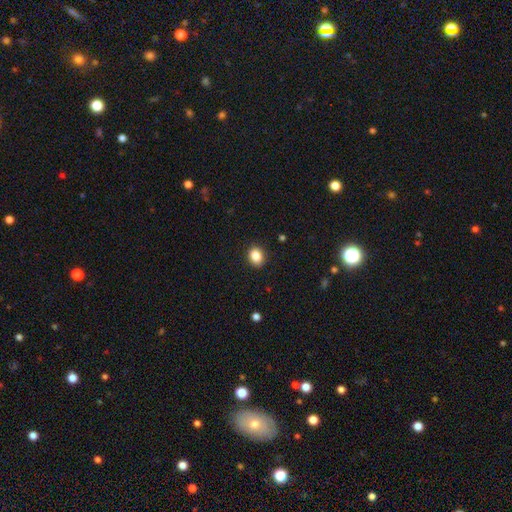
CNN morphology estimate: Overall: smooth (86%). How rounded: round (52%; in between 47%). Merging: none (90%).